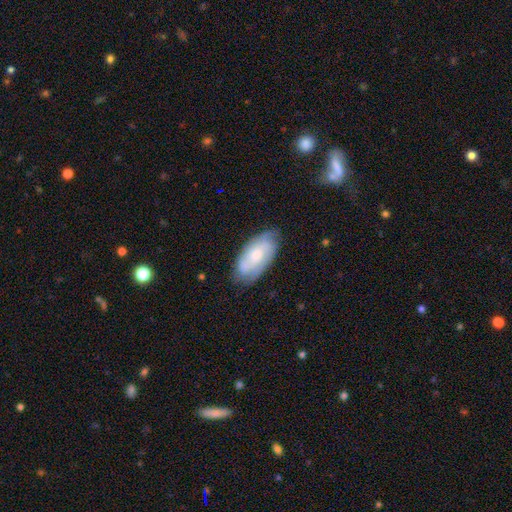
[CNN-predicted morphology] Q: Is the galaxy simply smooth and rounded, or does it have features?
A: featured or disk — 57%.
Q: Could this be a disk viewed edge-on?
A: no — 92%.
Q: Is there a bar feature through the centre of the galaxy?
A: no — 68%.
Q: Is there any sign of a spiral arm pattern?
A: yes — 85%.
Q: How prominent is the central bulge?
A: moderate — 47%.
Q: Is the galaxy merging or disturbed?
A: none — 73%.